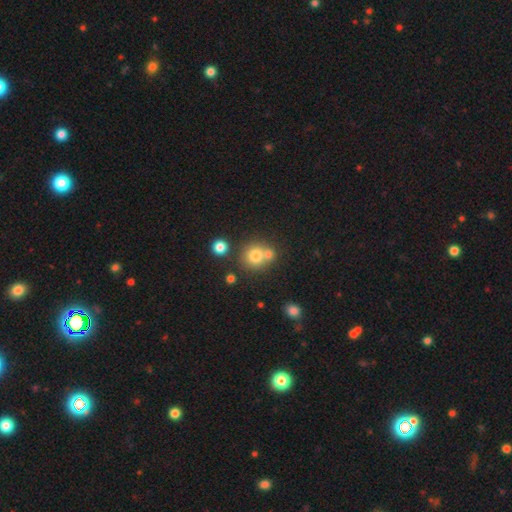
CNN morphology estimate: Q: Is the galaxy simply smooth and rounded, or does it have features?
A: smooth — 76%.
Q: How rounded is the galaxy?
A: round — 88%.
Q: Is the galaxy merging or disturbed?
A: none — 52%.